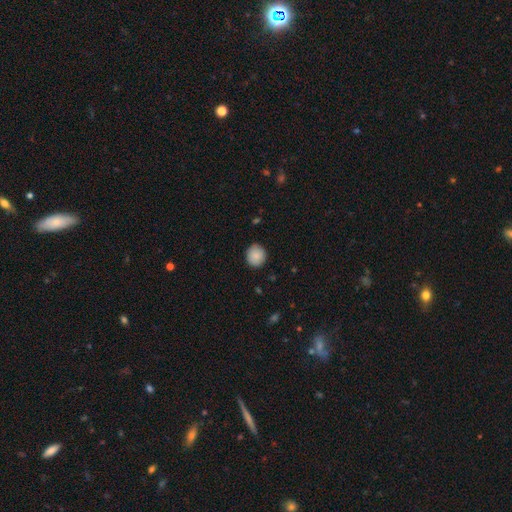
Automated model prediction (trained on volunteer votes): Smooth or featured?
  - smooth: 88% *
  - star or artifact: 7%
  - featured or disk: 5%
How rounded?
  - round: 88% *
  - in between: 11%
  - cigar-shaped: 1%
Merging?
  - none: 88% *
  - minor disturbance: 9%
  - major disturbance: 2%
  - merger: 1%